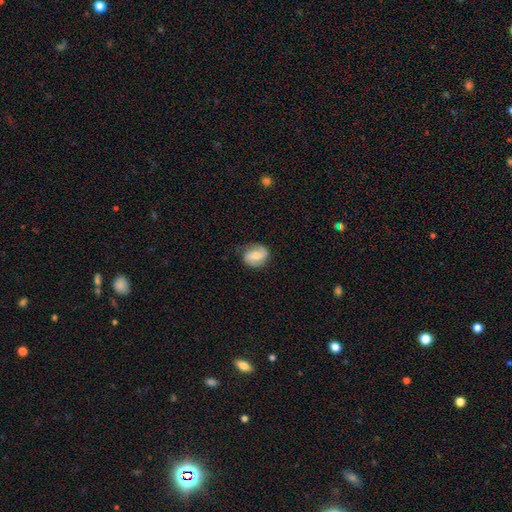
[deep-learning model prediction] This appears to be a smooth galaxy with no disk features (46%, tied with featured or disk). Merging: none (72%).